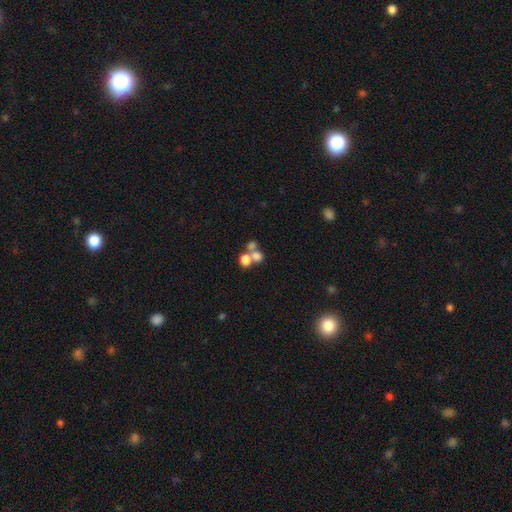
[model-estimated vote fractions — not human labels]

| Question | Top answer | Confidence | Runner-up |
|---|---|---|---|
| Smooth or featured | smooth | 69% | featured or disk (16%) |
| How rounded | round | 61% | in between (37%) |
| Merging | merger | 56% | none (32%) |